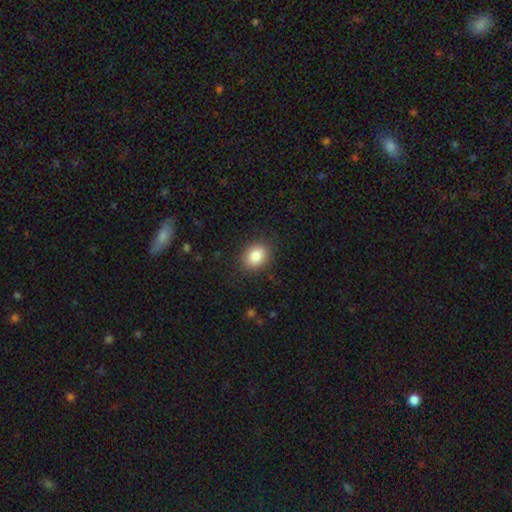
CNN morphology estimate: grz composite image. It shows a smooth galaxy with no disk features (85%) that is in between round and cigar-shaped (54%). Merging: none (86%).